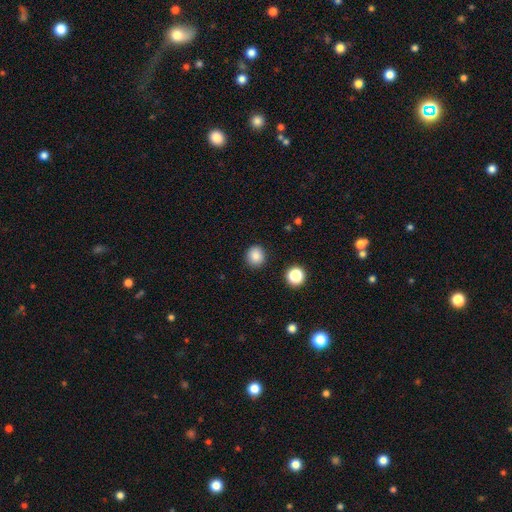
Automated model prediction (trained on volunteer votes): The model was most divided on "smooth or featured": smooth: 85%, star or artifact: 10%, featured or disk: 5%. More confident: merging — none (90%); how rounded — round (89%).